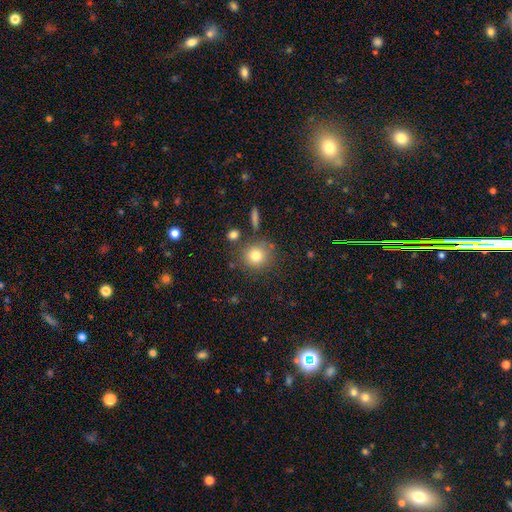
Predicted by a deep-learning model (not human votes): smooth_or_featured: smooth (p=0.79) [alt: star or artifact p=0.12]
how_rounded: round (p=0.91) [alt: in between p=0.08]
merging: none (p=0.79) [alt: minor disturbance p=0.10]